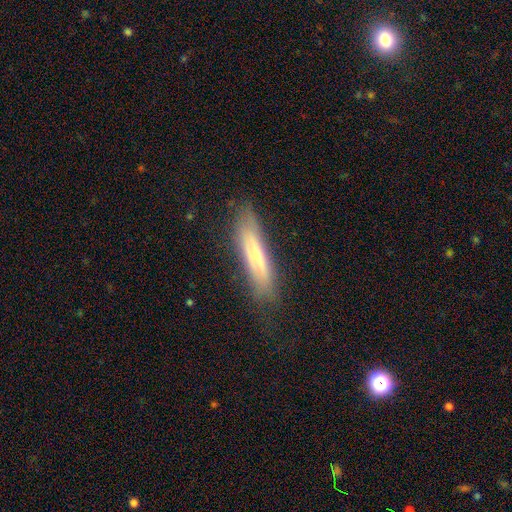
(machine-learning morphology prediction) The model was most divided on "smooth or featured": smooth: 61%, featured or disk: 32%, star or artifact: 7%. More confident: how rounded — cigar-shaped (84%); merging — none (76%).